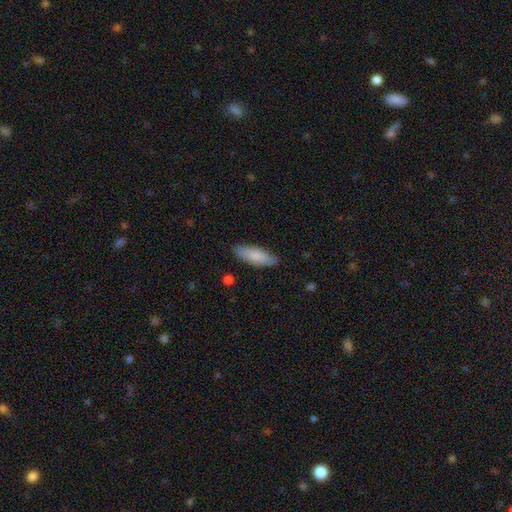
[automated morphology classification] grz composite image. It shows a smooth galaxy with no disk features (83%) that is in between round and cigar-shaped (52%). Merging: none (87%).